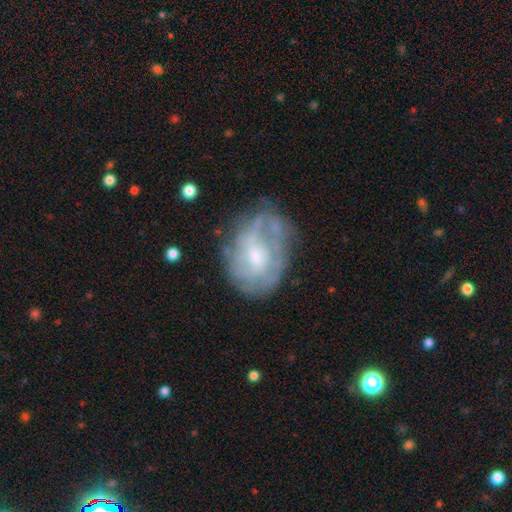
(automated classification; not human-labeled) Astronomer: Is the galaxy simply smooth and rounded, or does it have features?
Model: featured or disk — 66%.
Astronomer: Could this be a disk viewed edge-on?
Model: no — 97%.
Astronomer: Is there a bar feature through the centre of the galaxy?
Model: no — 66%.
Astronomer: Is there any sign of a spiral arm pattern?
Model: yes — 60% (runner-up: no, 40%).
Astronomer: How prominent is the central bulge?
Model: small — 53% (runner-up: moderate, 38%).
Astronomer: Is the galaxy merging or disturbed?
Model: none — 54%.